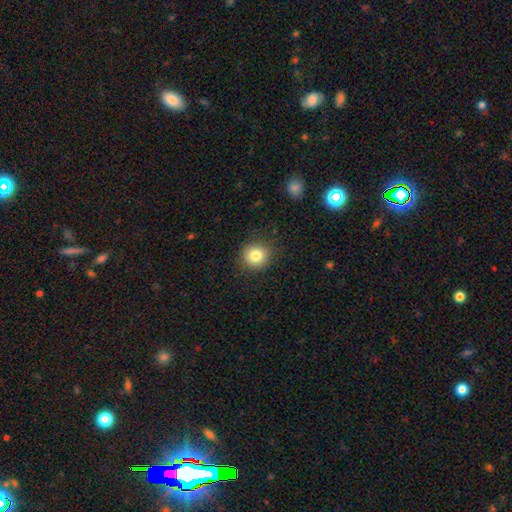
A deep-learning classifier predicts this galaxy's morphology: type=smooth (82%); roundness=round (88%); merging=none (88%).